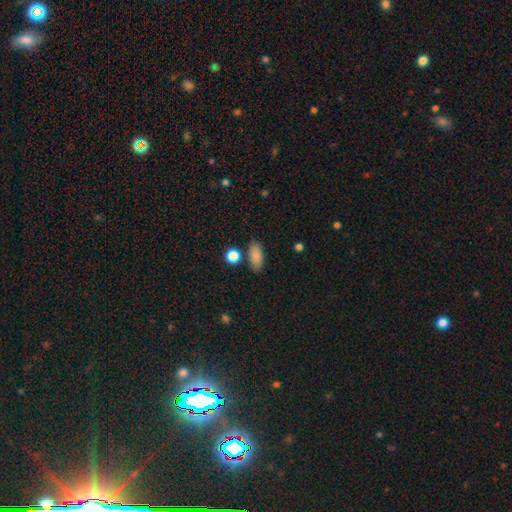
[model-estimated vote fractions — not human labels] Smooth or featured? smooth (86%)
How rounded? in between (87%)
Merging? none (80%)